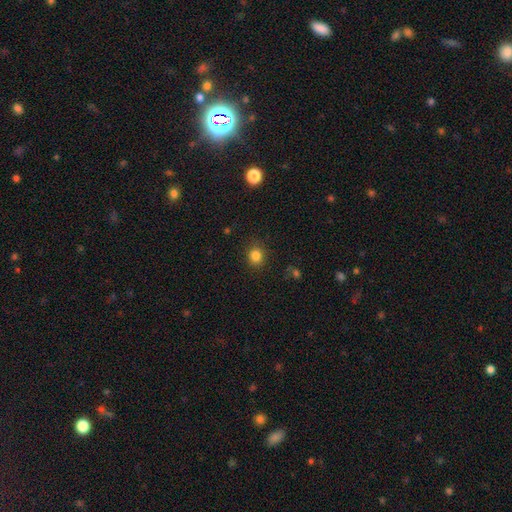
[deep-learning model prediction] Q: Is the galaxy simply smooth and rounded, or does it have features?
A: smooth — 83%.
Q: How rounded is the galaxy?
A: round — 78%.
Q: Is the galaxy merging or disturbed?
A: none — 87%.